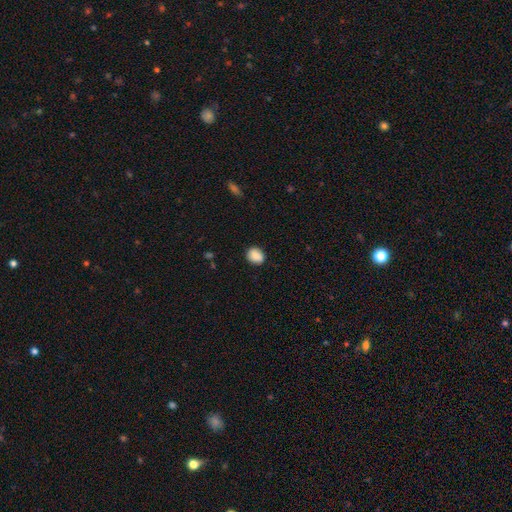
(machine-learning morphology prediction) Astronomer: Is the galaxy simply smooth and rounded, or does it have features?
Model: smooth — 86%.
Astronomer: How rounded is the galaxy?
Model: round — 61% (runner-up: in between, 38%).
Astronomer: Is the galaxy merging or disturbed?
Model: none — 86%.